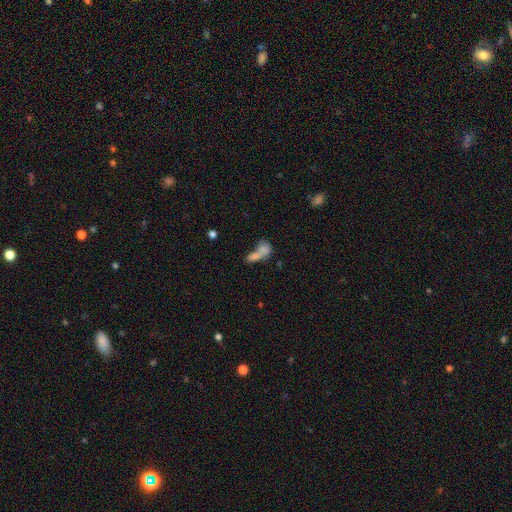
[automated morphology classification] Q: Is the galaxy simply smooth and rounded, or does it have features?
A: smooth — 67%.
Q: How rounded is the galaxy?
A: in between — 70%.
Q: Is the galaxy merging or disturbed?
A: merger — 64%.